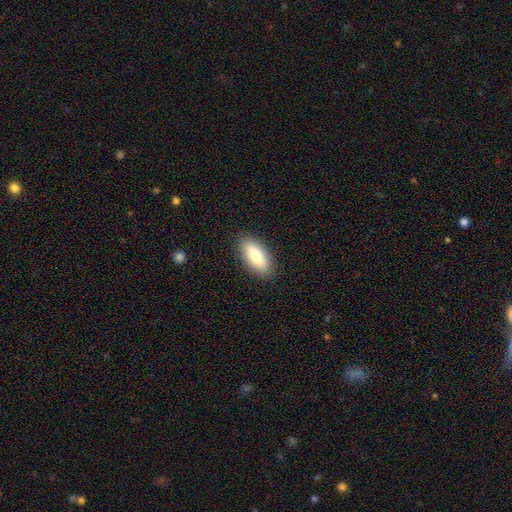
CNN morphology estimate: A smooth galaxy with no disk features (78%) that is in between round and cigar-shaped (78%). Merging: none (89%).